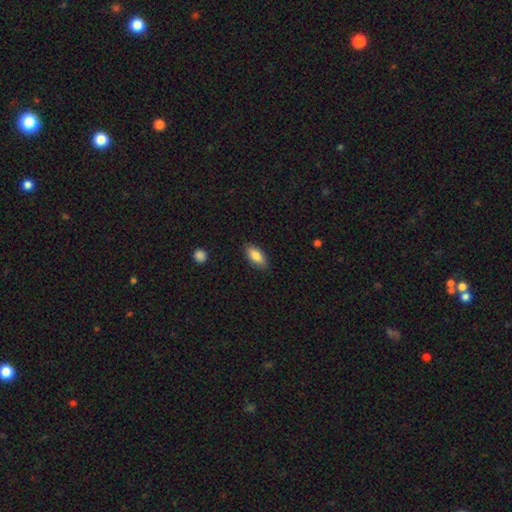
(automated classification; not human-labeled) A smooth galaxy with no disk features (84%) that is in between round and cigar-shaped (85%).

Vote fractions:
- Smooth or featured? smooth: 84% / featured or disk: 10% / star or artifact: 7%
- How rounded? in between: 85% / cigar-shaped: 13% / round: 2%
- Merging? none: 86% / minor disturbance: 11% / major disturbance: 2% / merger: 1%